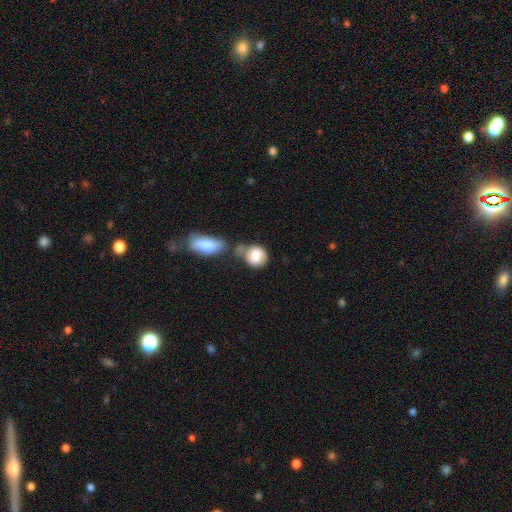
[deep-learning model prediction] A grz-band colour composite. It shows a smooth galaxy with no disk features (77%) that is round (59%). Merging: merger (39%).